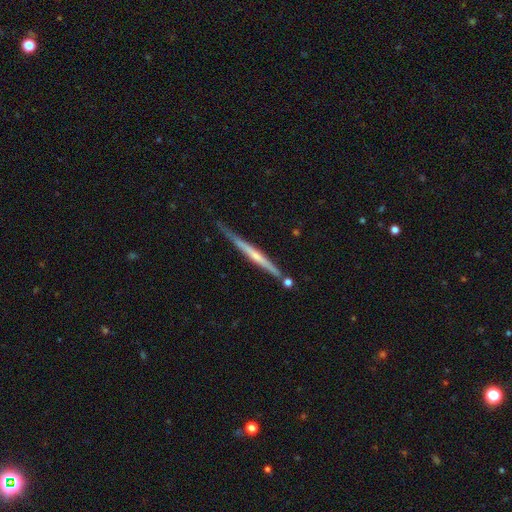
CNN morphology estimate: featured or disk 67%, smooth 27%, star or artifact 6%. Down the decision tree: edge-on disk — yes (97%); edge-on bulge — none (51%); merging — none (72%).